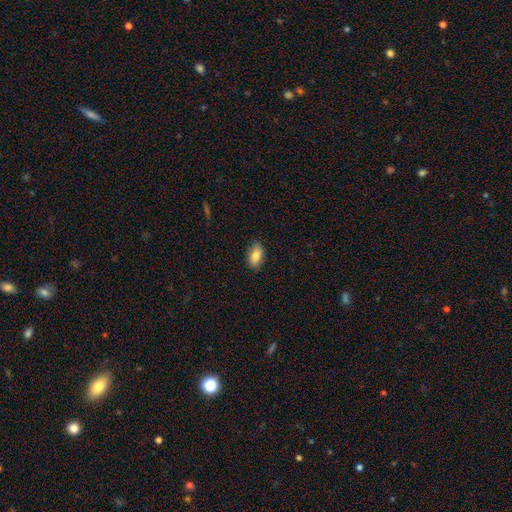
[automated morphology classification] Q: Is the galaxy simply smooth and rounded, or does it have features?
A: smooth — 83%.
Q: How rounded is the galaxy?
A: in between — 90%.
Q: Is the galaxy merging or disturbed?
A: none — 85%.